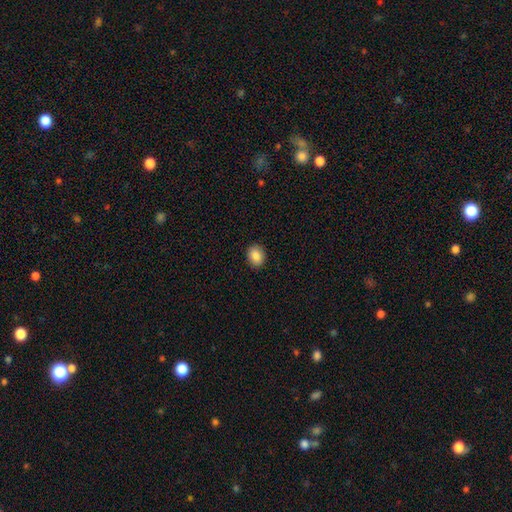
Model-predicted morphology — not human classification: Smooth or featured: smooth — 87% (star or artifact — 8%)
How rounded: round — 51% (in between — 48%)
Merging: none — 90% (minor disturbance — 7%)